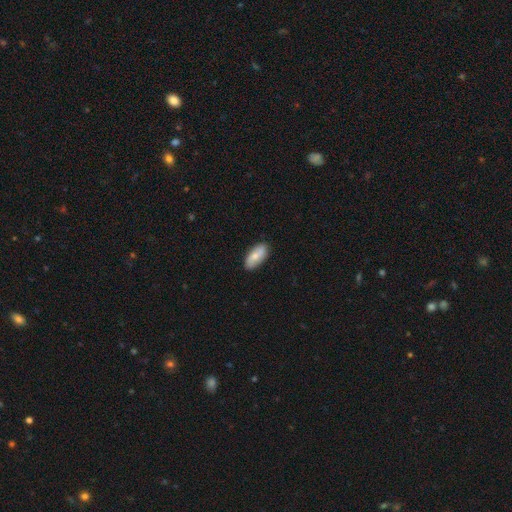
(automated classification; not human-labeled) The model was most divided on "smooth or featured": smooth: 66%, featured or disk: 28%, star or artifact: 6%. More confident: how rounded — in between (87%); merging — none (86%).